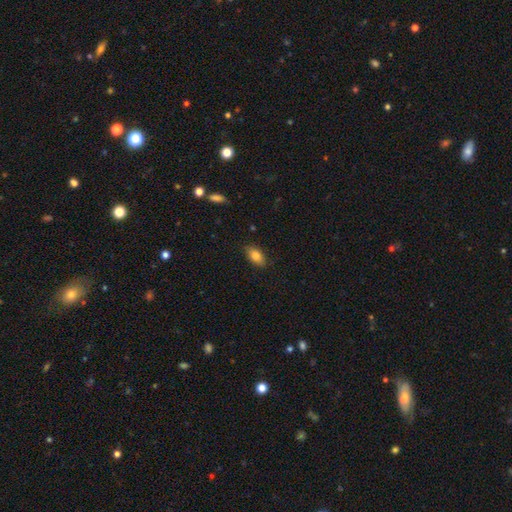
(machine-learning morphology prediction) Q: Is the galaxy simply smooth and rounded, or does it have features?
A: smooth — 82%.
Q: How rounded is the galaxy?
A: in between — 90%.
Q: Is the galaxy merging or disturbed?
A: none — 85%.